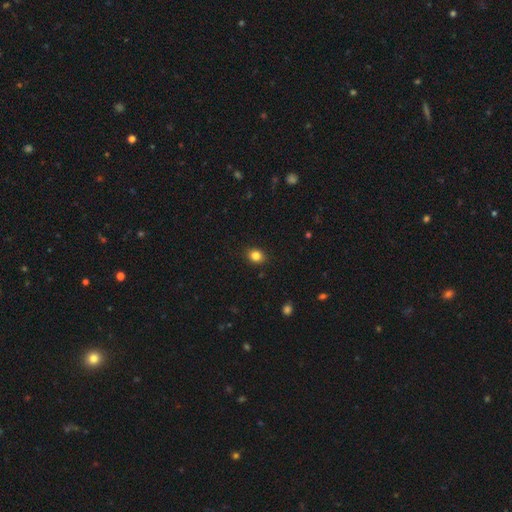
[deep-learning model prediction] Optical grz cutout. It shows a smooth galaxy with no disk features (84%) that is round (60%). Merging: none (89%).